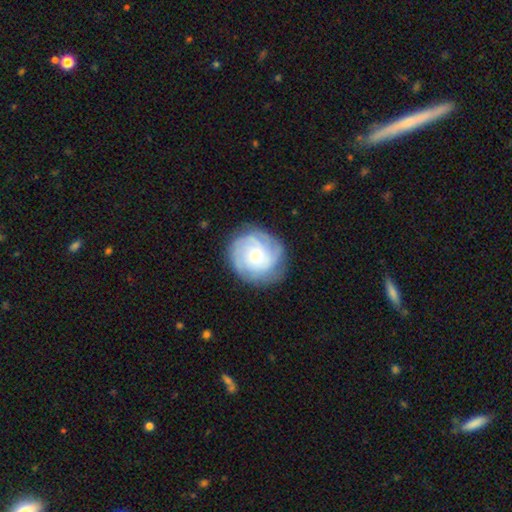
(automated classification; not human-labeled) Morphology: type=featured or disk (72%); edge-on=no (98%); bar=no (74%); spiral arms=yes (94%); winding=tight (66%); arm count=3 (31%); bulge=moderate (48%); merging=none (80%).